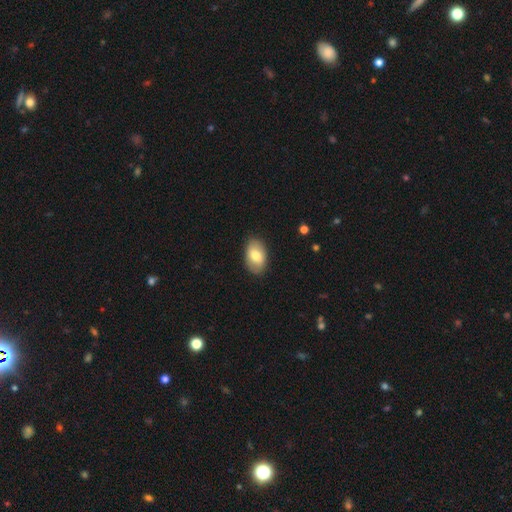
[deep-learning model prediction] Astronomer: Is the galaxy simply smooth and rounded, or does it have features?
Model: smooth — 75%.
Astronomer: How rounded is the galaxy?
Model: in between — 92%.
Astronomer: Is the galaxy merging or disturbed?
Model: none — 86%.